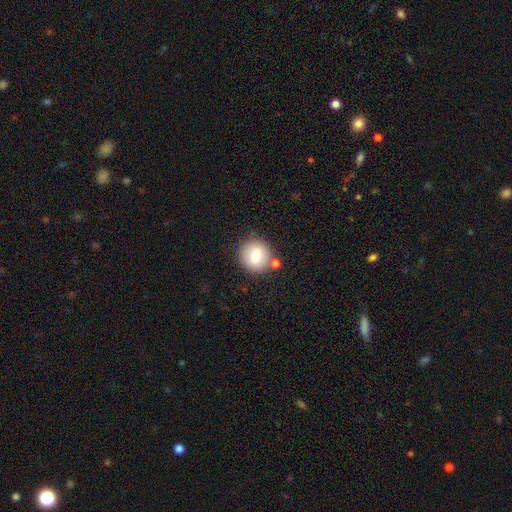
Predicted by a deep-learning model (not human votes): A smooth galaxy with no disk features (78%) that is round (90%).

Vote fractions:
- Smooth or featured? smooth: 78% / featured or disk: 13% / star or artifact: 9%
- How rounded? round: 90% / in between: 9% / cigar-shaped: 1%
- Merging? none: 78% / minor disturbance: 10% / merger: 10% / major disturbance: 3%